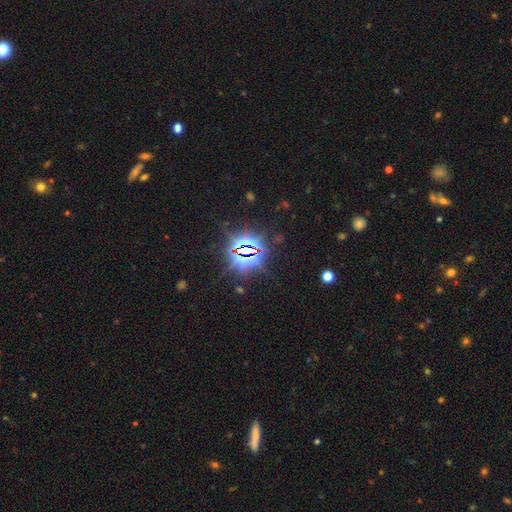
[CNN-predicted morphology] A star or artifact, not a galaxy (83%).